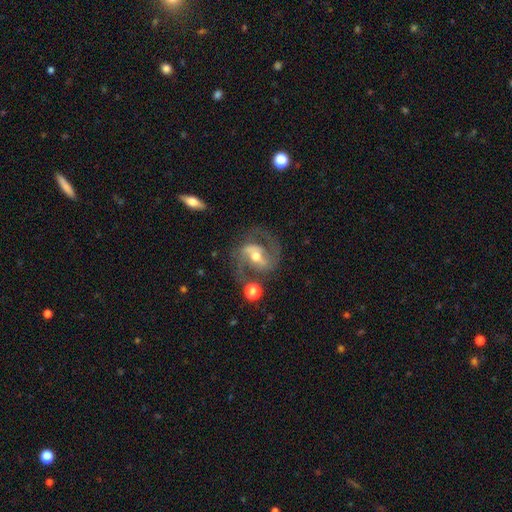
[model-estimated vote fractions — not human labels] Smooth or featured? Predicted: featured or disk (p=0.86). Edge-on disk? Predicted: no (p=0.97). Bar? Predicted: strong (p=0.43). Spiral arms? Predicted: yes (p=0.95). Spiral winding? Predicted: medium (p=0.60). Spiral arm count? Predicted: 2 (p=0.91). Bulge size? Predicted: moderate (p=0.67). Merging? Predicted: none (p=0.69).